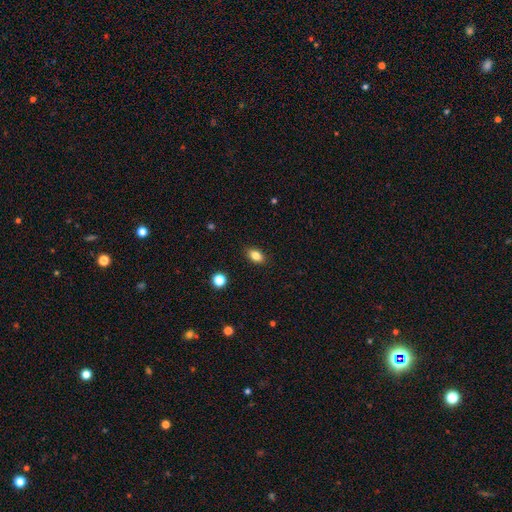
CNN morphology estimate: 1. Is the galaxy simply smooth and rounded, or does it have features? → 83% smooth, 9% star or artifact, 7% featured or disk.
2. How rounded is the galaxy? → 85% in between, 13% round, 2% cigar-shaped.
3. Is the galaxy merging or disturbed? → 89% none, 8% minor disturbance, 2% major disturbance, 1% merger.